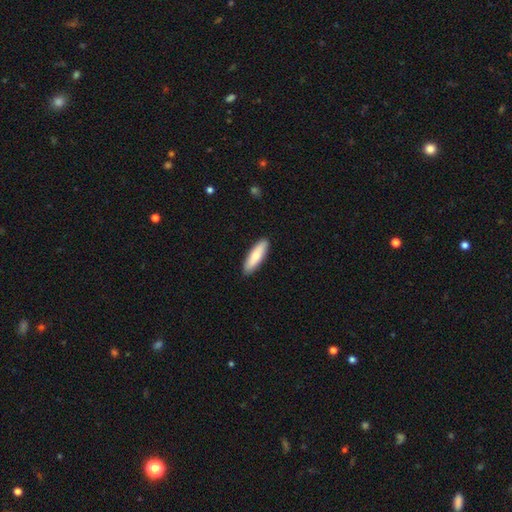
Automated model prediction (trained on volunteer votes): Q: Smooth or featured?
A: smooth (78%); runner-up: featured or disk (17%)
Q: How rounded?
A: cigar-shaped (57%); runner-up: in between (41%)
Q: Merging?
A: none (91%); runner-up: minor disturbance (7%)